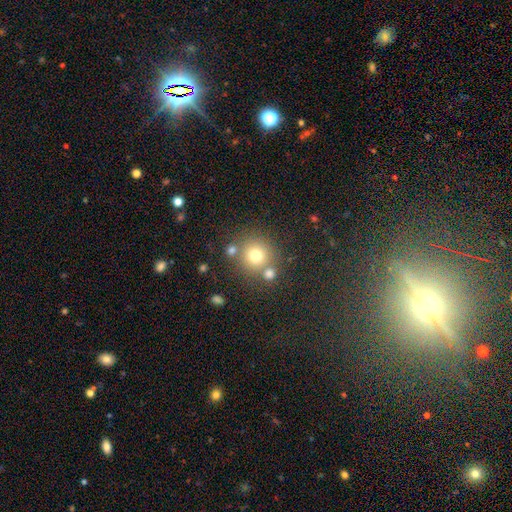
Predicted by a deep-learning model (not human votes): A smooth galaxy with no disk features (73%) that is round (92%). Merging: none (70%).